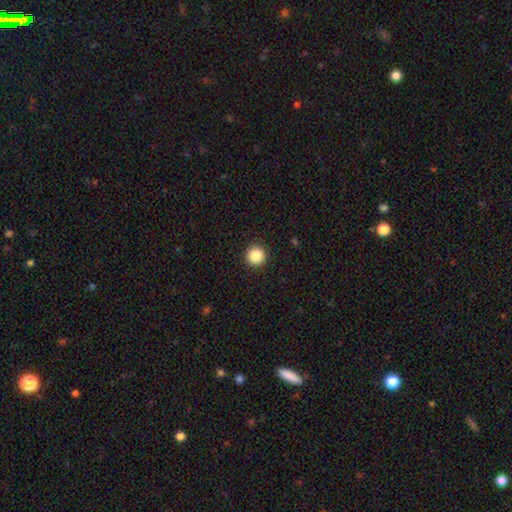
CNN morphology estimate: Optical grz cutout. It shows a smooth galaxy with no disk features (87%) that is round (96%). Merging: none (92%).